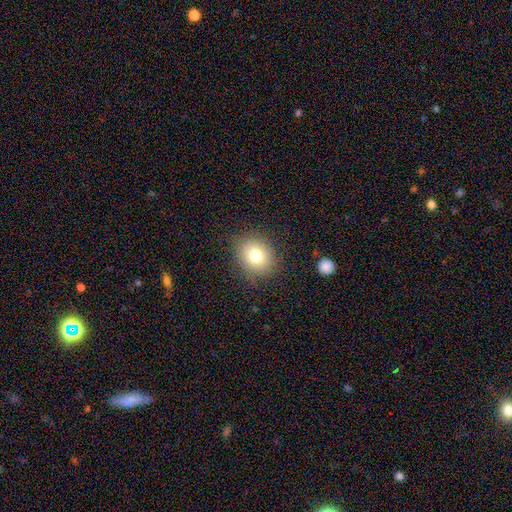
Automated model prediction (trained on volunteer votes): Q: Smooth or featured?
A: smooth (76%); runner-up: star or artifact (12%)
Q: How rounded?
A: round (74%); runner-up: in between (25%)
Q: Merging?
A: none (85%); runner-up: minor disturbance (10%)